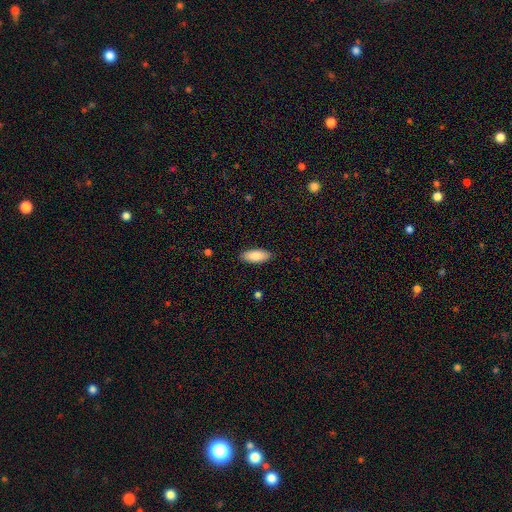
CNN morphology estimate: Smooth or featured?
  - smooth: 86% *
  - featured or disk: 8%
  - star or artifact: 6%
How rounded?
  - in between: 84% *
  - cigar-shaped: 15%
  - round: 2%
Merging?
  - none: 88% *
  - minor disturbance: 9%
  - major disturbance: 2%
  - merger: 1%